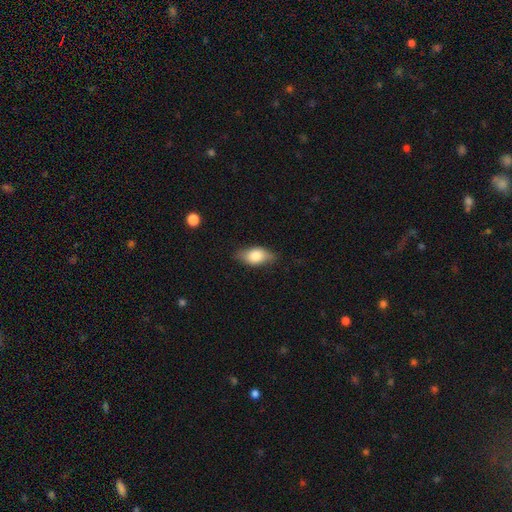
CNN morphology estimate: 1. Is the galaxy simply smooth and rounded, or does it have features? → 74% smooth, 19% featured or disk, 7% star or artifact.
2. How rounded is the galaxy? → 87% in between, 7% round, 6% cigar-shaped.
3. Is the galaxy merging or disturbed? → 77% none, 19% minor disturbance, 4% major disturbance, 1% merger.